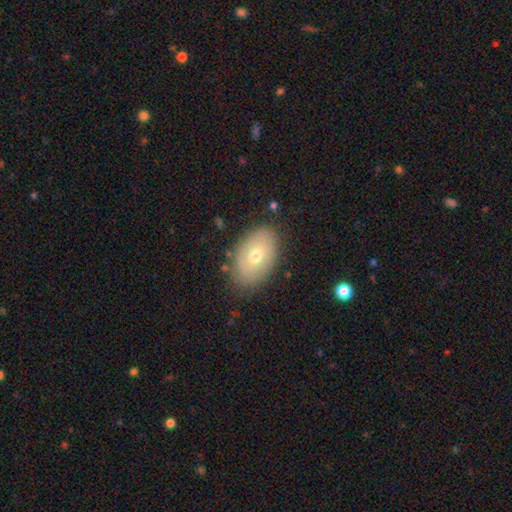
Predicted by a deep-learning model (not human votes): Smooth or featured? Predicted: smooth (p=0.60). How rounded? Predicted: in between (p=0.89). Merging? Predicted: none (p=0.81).